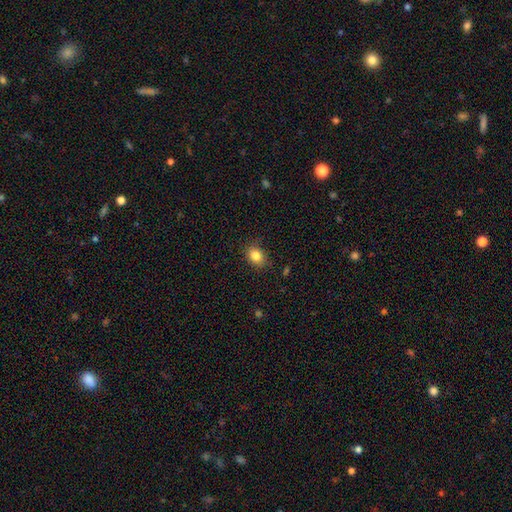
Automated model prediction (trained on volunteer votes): smooth-or-featured: smooth: 84% | star or artifact: 10% | featured or disk: 6%
  how-rounded: in between: 56% | round: 43% | cigar-shaped: 1%
  merging: none: 83% | minor disturbance: 13% | major disturbance: 3% | merger: 1%